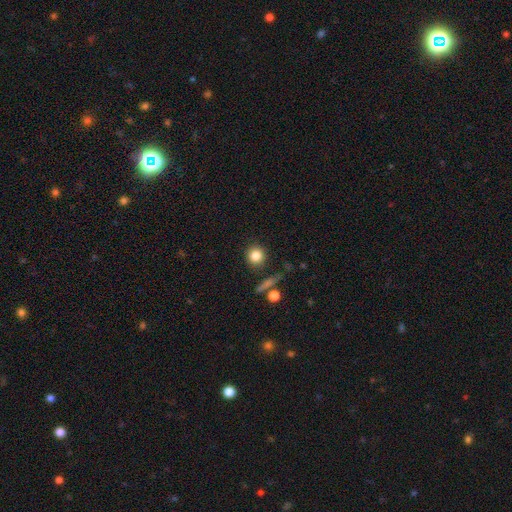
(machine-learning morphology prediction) Overall: smooth (82%). How rounded: round (90%). Merging: none (86%).